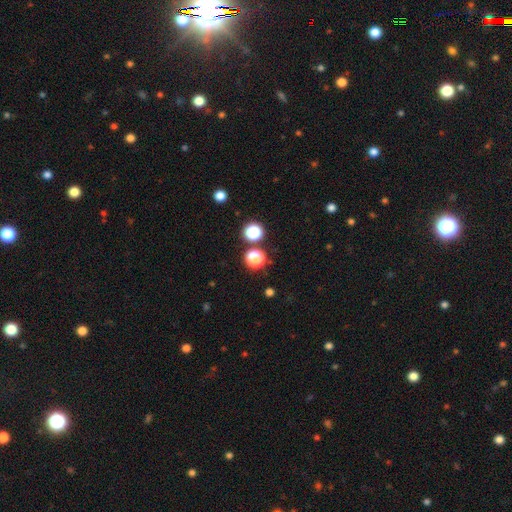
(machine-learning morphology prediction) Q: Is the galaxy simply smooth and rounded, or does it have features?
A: smooth — 72%.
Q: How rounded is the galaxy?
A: round — 89%.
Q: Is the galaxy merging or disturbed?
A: none — 80%.